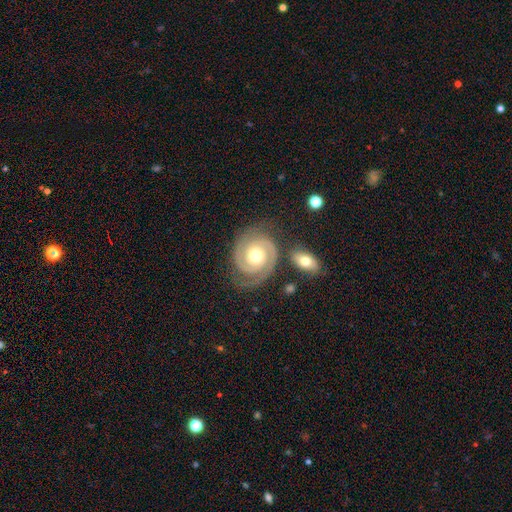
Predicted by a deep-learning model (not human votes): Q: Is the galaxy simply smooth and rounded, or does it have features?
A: featured or disk — 91%.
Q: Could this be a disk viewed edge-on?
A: no — 98%.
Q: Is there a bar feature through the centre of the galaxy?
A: no — 76%.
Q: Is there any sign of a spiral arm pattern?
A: yes — 98%.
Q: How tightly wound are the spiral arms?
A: tight — 75%.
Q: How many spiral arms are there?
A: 2 — 91%.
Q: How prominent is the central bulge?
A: moderate — 74%.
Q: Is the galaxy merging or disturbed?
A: none — 77%.